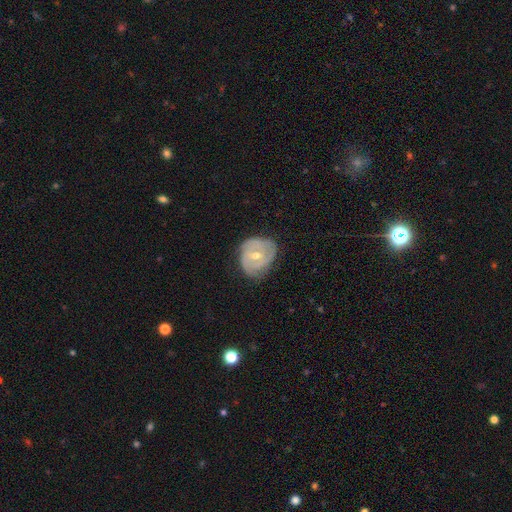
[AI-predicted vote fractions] This appears to be a featured or disk galaxy (69%) with no bar (48%), 2 (37%) tight (58%) spiral arms (79%) and a moderate central bulge (61%). Merging: none (58%).